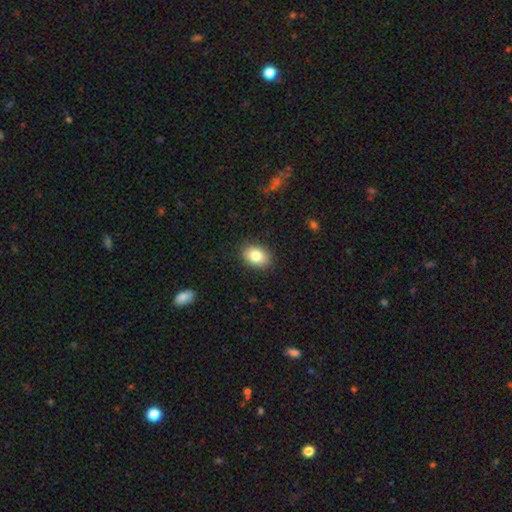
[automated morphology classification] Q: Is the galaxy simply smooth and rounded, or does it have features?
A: smooth — 82%.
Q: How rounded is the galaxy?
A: in between — 68%.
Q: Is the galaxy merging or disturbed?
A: none — 88%.